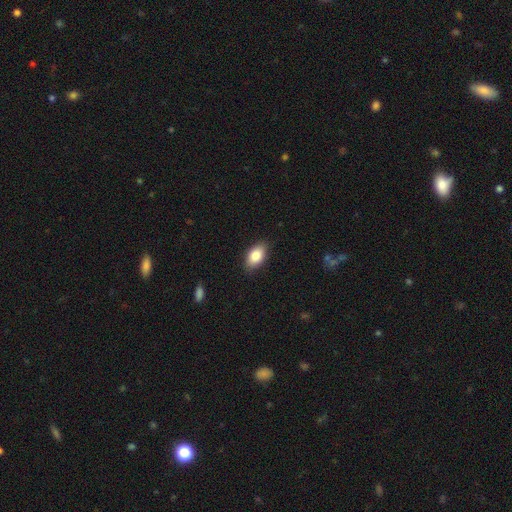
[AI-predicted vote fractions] Smooth or featured: smooth — 84% (featured or disk — 9%)
How rounded: in between — 92% (round — 6%)
Merging: none — 87% (minor disturbance — 10%)